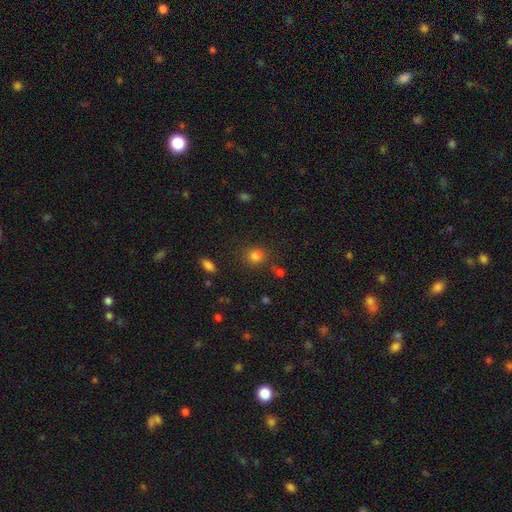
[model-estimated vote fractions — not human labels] Smooth or featured?
  - smooth: 80% *
  - star or artifact: 15%
  - featured or disk: 5%
How rounded?
  - round: 71% *
  - in between: 28%
  - cigar-shaped: 1%
Merging?
  - none: 75% *
  - minor disturbance: 13%
  - merger: 7%
  - major disturbance: 5%